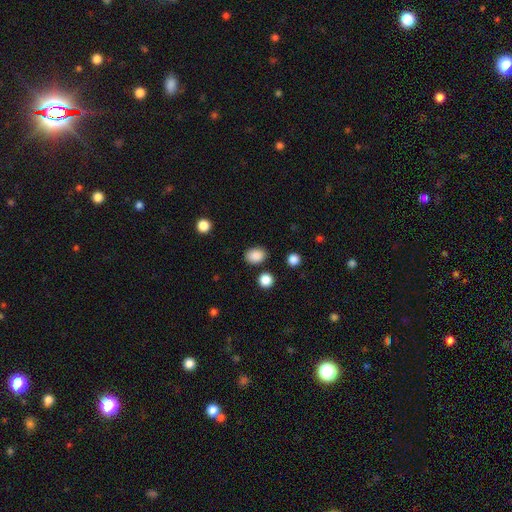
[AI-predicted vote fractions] A smooth galaxy with no disk features (87%) that is in between round and cigar-shaped (63%).

Vote fractions:
- Smooth or featured? smooth: 87% / star or artifact: 10% / featured or disk: 3%
- How rounded? in between: 63% / round: 36% / cigar-shaped: 1%
- Merging? none: 84% / minor disturbance: 10% / merger: 4% / major disturbance: 3%